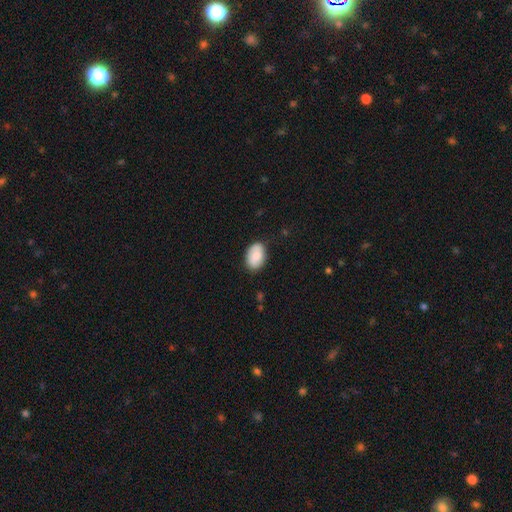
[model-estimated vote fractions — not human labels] Overall: smooth (76%). How rounded: in between (84%). Merging: none (82%).